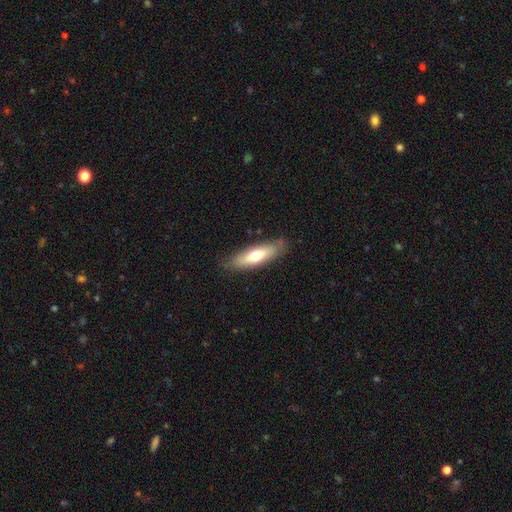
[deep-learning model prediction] The model was most divided on "how rounded": cigar-shaped: 53%, in between: 45%, round: 2%. More confident: merging — none (82%); smooth or featured — smooth (59%).